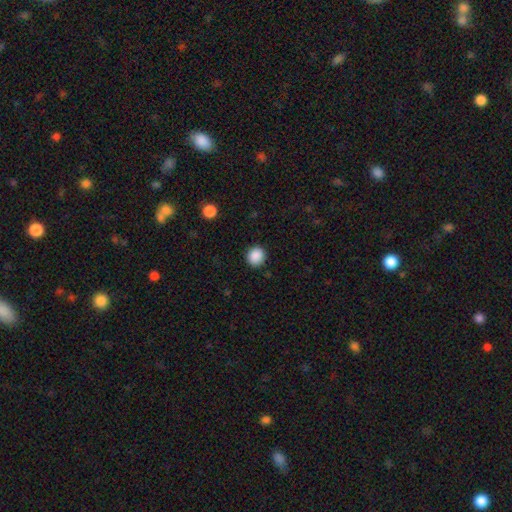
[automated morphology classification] smooth 89%, star or artifact 9%, featured or disk 2%. Down the decision tree: how rounded — round (89%); merging — none (90%).